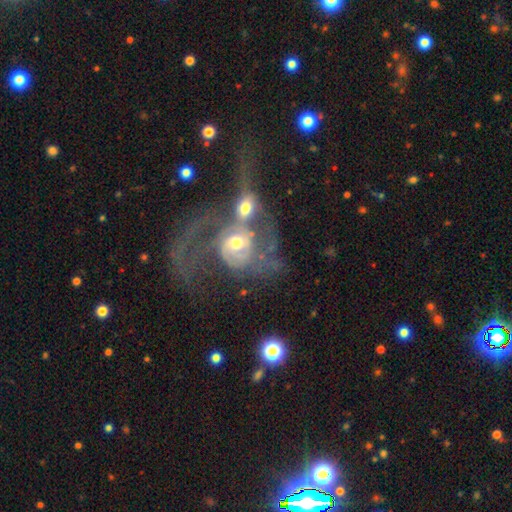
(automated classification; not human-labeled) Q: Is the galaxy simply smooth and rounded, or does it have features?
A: featured or disk — 78%.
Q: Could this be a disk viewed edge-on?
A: no — 97%.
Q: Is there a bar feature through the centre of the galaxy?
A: no — 63%.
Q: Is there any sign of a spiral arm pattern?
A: yes — 85%.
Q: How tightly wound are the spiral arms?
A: medium — 42%.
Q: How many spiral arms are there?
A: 2 — 49%.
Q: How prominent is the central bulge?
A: moderate — 54%.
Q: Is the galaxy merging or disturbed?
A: merger — 65%.